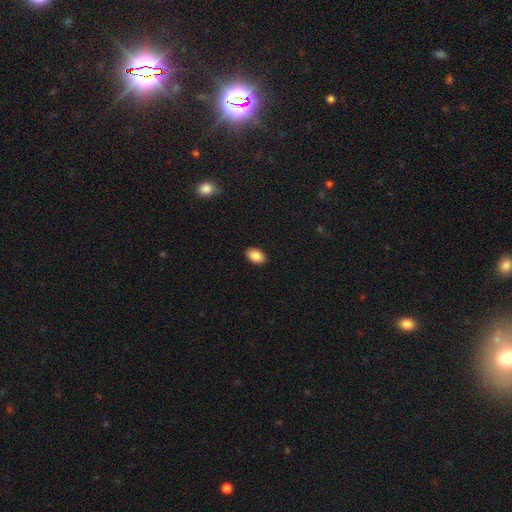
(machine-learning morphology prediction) The model was most divided on "how rounded": in between: 88%, round: 11%, cigar-shaped: 1%. More confident: merging — none (90%); smooth or featured — smooth (87%).